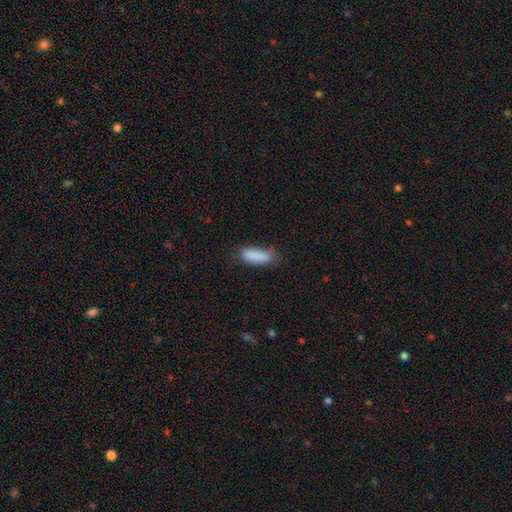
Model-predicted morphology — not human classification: The model was most divided on "how rounded": in between: 65%, cigar-shaped: 33%, round: 2%. More confident: smooth or featured — smooth (86%); merging — none (63%).